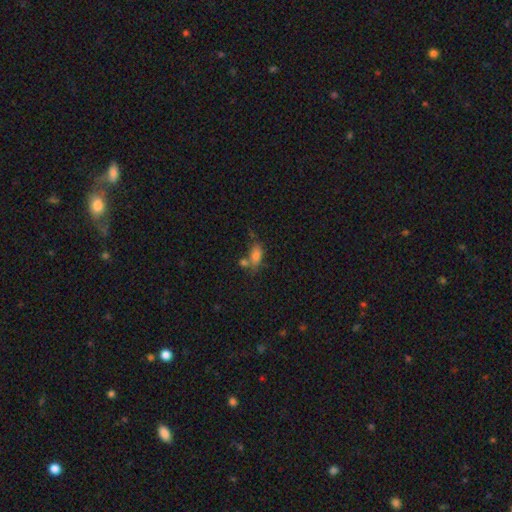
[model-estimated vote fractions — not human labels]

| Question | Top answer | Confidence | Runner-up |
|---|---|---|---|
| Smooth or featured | smooth | 78% | star or artifact (11%) |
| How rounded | in between | 84% | round (8%) |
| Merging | none | 44% | merger (31%) |